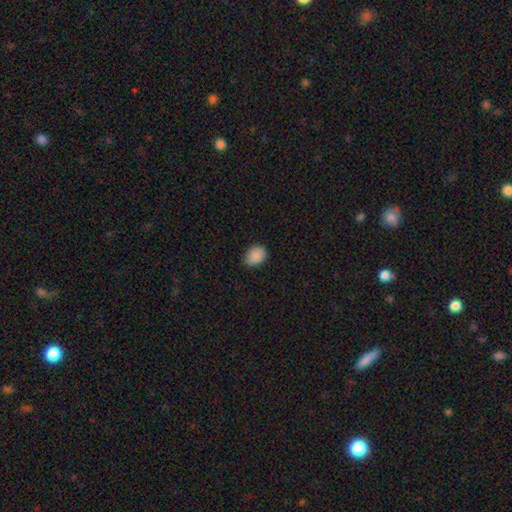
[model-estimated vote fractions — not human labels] smooth_or_featured: smooth (p=0.88) [alt: star or artifact p=0.08]
how_rounded: in between (p=0.65) [alt: round p=0.34]
merging: none (p=0.74) [alt: minor disturbance p=0.22]